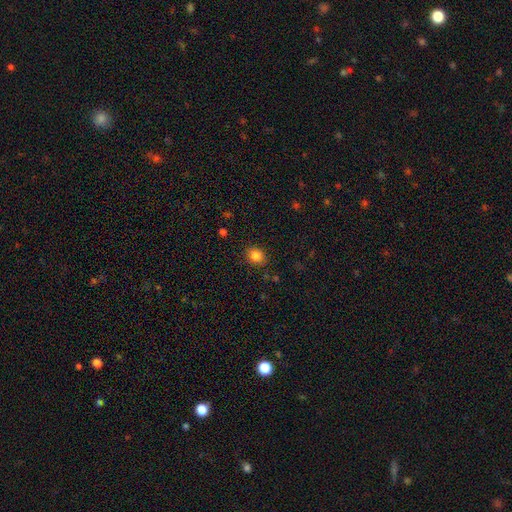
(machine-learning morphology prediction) Smooth or featured? Predicted: smooth (p=0.85). How rounded? Predicted: round (p=0.64). Merging? Predicted: none (p=0.87).